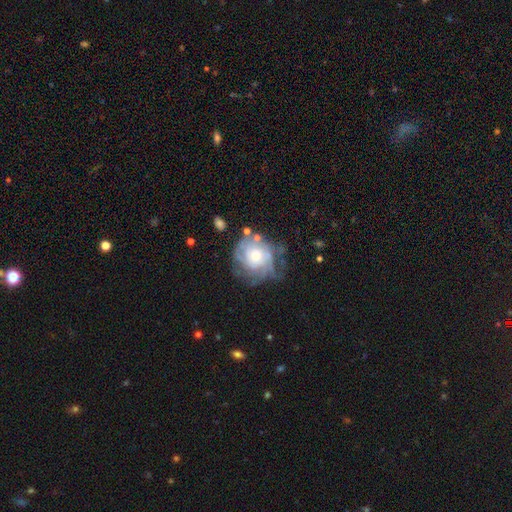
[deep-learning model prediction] Overall: featured or disk (71%). Edge-on disk: no (97%). Bar: no (83%). Spiral arms: yes (78%). Spiral arm count: can't tell (55%). Spiral winding: tight (62%; medium 27%). Bulge size: moderate (50%; small 37%). Merging: none (56%; minor disturbance 24%).